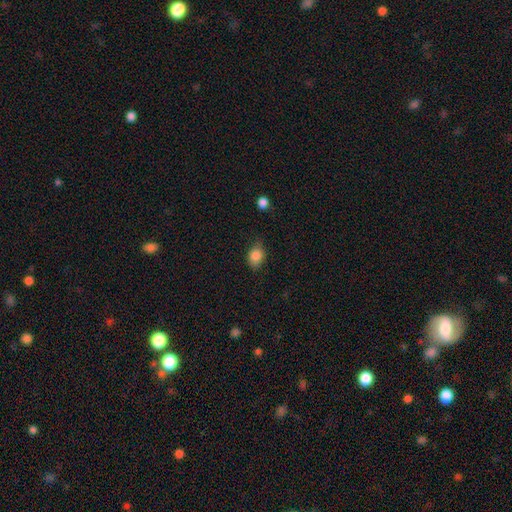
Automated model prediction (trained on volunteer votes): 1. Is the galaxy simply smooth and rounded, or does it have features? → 84% smooth, 9% star or artifact, 6% featured or disk.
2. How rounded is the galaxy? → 64% in between, 35% round, 1% cigar-shaped.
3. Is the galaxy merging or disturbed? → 71% none, 23% minor disturbance, 5% major disturbance, 2% merger.